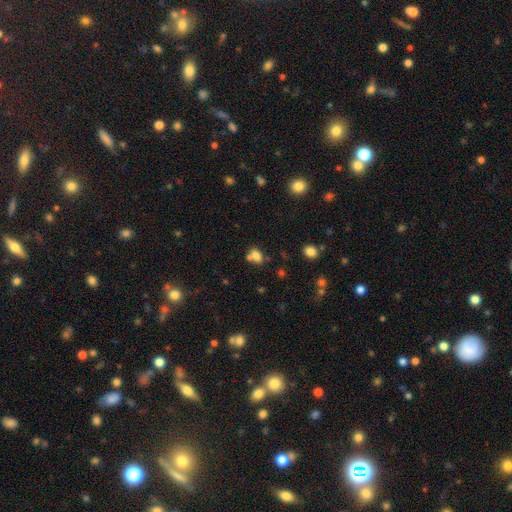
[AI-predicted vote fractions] A smooth galaxy with no disk features (76%) that is in between round and cigar-shaped (72%). Merging: none (45%).